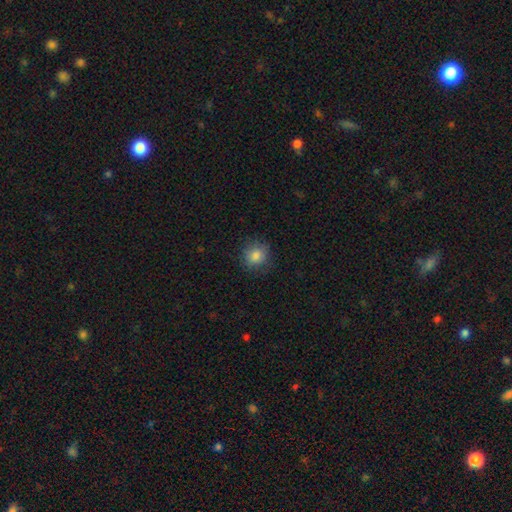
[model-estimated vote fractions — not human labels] The model was most divided on "how rounded": round: 81%, in between: 18%, cigar-shaped: 1%. More confident: smooth or featured — smooth (83%); merging — none (83%).